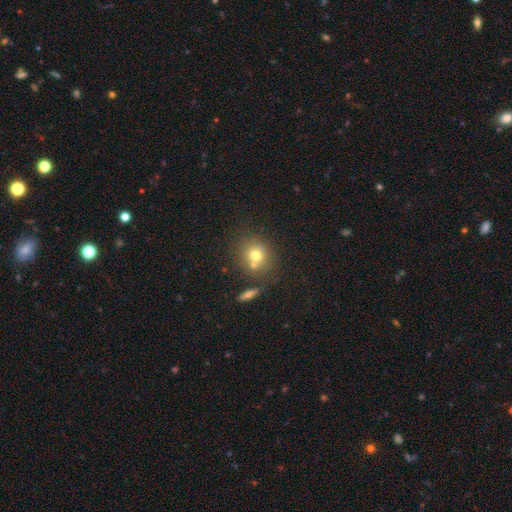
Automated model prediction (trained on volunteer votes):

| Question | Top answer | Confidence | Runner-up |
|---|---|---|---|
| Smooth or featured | smooth | 71% | featured or disk (16%) |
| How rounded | round | 80% | in between (19%) |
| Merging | none | 57% | merger (28%) |